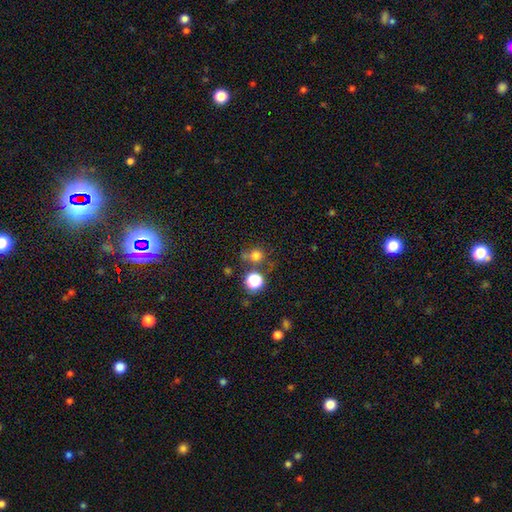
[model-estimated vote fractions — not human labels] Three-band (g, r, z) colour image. It shows a smooth galaxy with no disk features (72%) that is round (86%). Merging: none (60%).